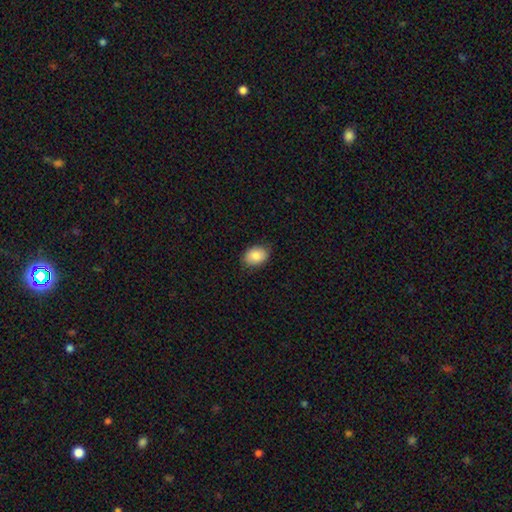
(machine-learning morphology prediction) Overall: smooth (84%). How rounded: in between (77%). Merging: none (84%).